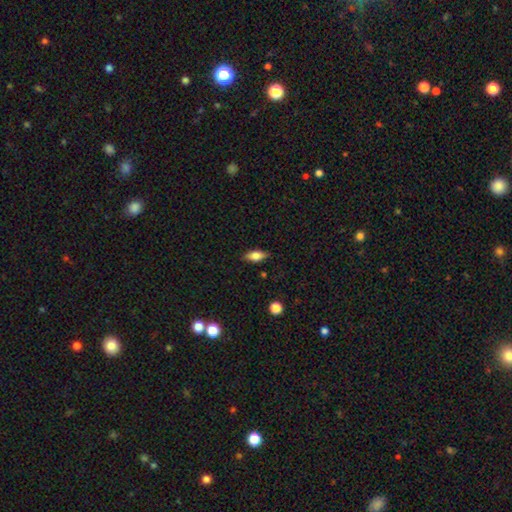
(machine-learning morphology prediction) This is likely a smooth galaxy (75%). How rounded: clearly in between (81%). Merging: clearly none (84%).